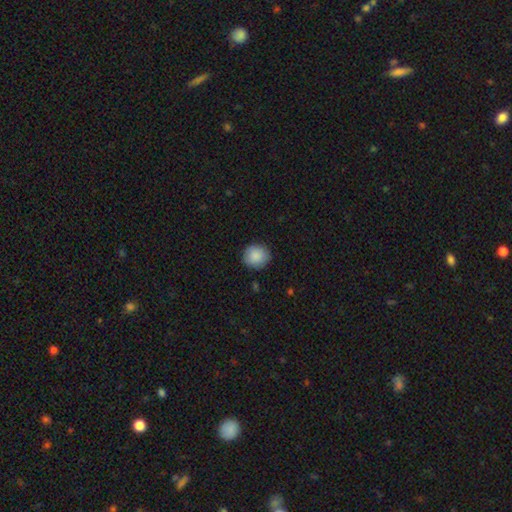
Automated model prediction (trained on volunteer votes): Smooth or featured?
  - smooth: 88% *
  - star or artifact: 7%
  - featured or disk: 4%
How rounded?
  - round: 89% *
  - in between: 10%
  - cigar-shaped: 1%
Merging?
  - none: 88% *
  - minor disturbance: 9%
  - major disturbance: 2%
  - merger: 1%